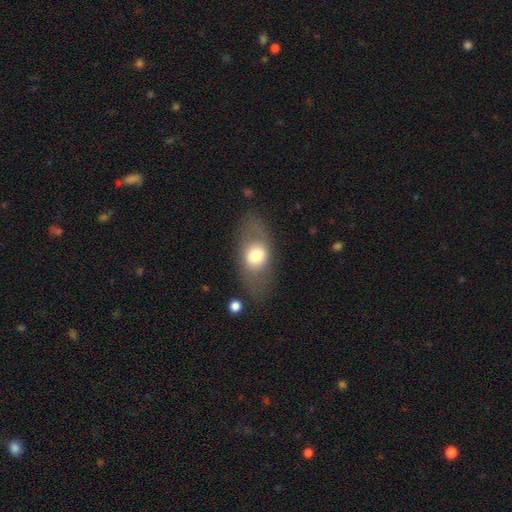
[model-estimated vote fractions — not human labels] smooth 63%, featured or disk 29%, star or artifact 8%. Down the decision tree: how rounded — in between (77%); merging — none (73%).